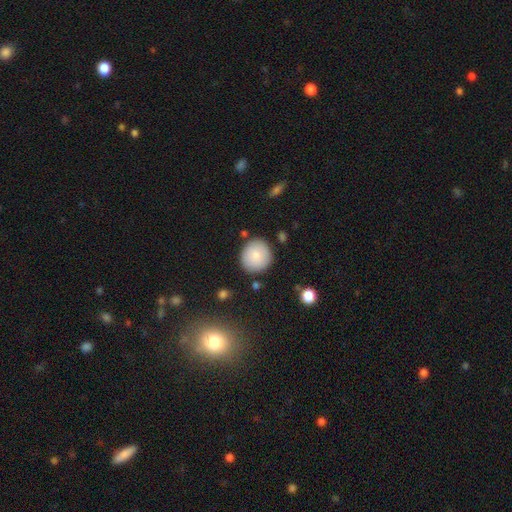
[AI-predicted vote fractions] Smooth or featured? Predicted: smooth (p=0.84). How rounded? Predicted: round (p=0.90). Merging? Predicted: none (p=0.85).